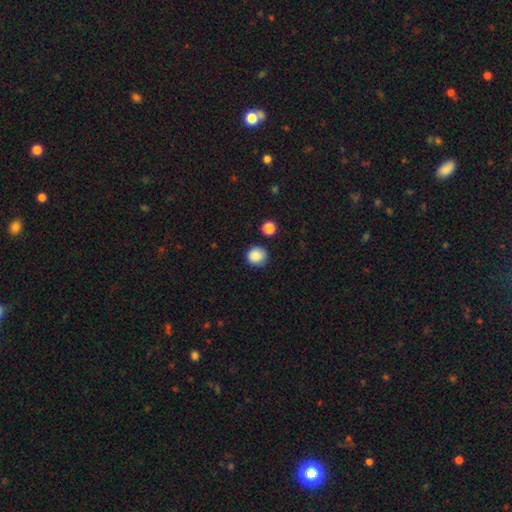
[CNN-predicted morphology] Q: Smooth or featured?
A: smooth (87%); runner-up: star or artifact (9%)
Q: How rounded?
A: round (92%); runner-up: in between (7%)
Q: Merging?
A: none (86%); runner-up: minor disturbance (9%)